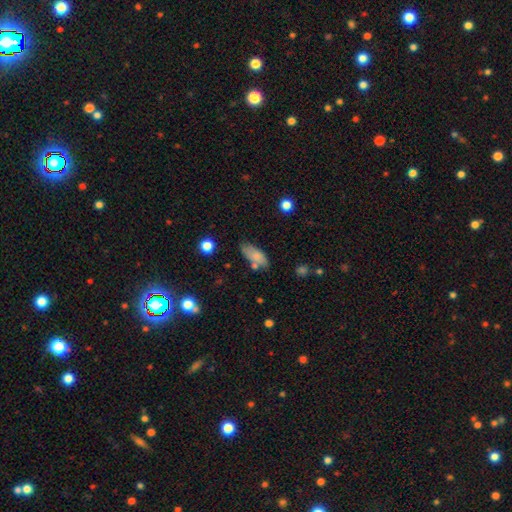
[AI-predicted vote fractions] Smooth or featured?
  - smooth: 79% *
  - featured or disk: 13%
  - star or artifact: 8%
How rounded?
  - in between: 84% *
  - cigar-shaped: 13%
  - round: 3%
Merging?
  - none: 63% *
  - minor disturbance: 21%
  - merger: 10%
  - major disturbance: 6%